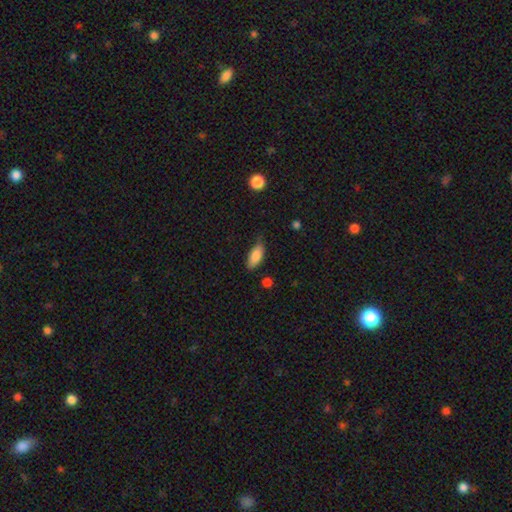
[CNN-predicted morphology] smooth-or-featured: smooth: 86% | featured or disk: 8% | star or artifact: 7%
  how-rounded: in between: 84% | cigar-shaped: 14% | round: 2%
  merging: none: 70% | minor disturbance: 24% | major disturbance: 4% | merger: 2%